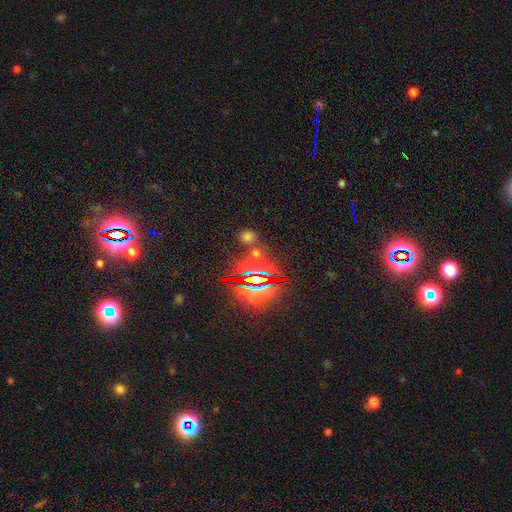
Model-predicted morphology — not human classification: Smooth or featured: star or artifact — 78% (smooth — 13%)